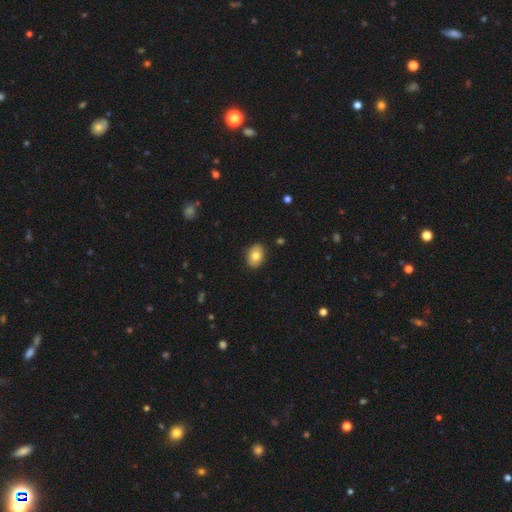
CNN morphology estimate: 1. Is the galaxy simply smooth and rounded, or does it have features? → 80% smooth, 13% featured or disk, 8% star or artifact.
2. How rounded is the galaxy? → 74% in between, 25% round, 1% cigar-shaped.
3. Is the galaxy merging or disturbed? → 89% none, 8% minor disturbance, 2% major disturbance, 1% merger.